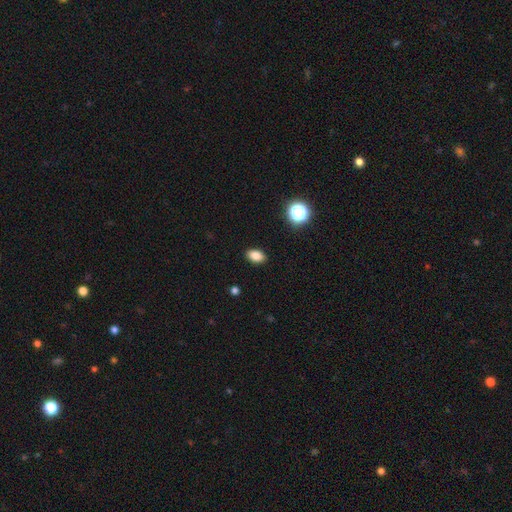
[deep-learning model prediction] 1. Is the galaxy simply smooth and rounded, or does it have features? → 83% smooth, 11% star or artifact, 6% featured or disk.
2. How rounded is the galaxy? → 86% in between, 12% round, 2% cigar-shaped.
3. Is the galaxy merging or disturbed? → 89% none, 8% minor disturbance, 2% major disturbance, 1% merger.